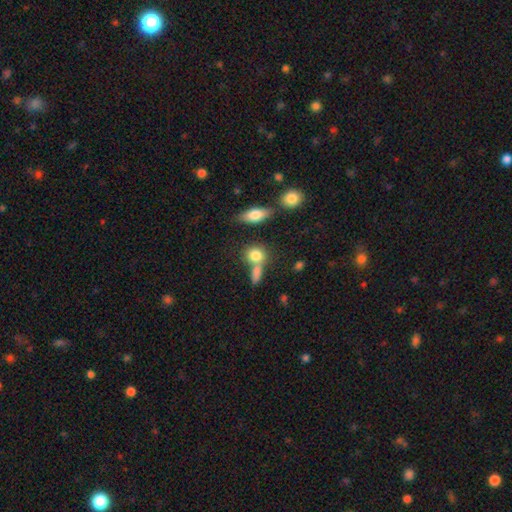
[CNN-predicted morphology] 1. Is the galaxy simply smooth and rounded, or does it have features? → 80% smooth, 10% star or artifact, 10% featured or disk.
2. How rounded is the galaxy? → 55% round, 40% in between, 5% cigar-shaped.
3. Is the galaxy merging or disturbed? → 45% none, 39% merger, 11% minor disturbance, 5% major disturbance.